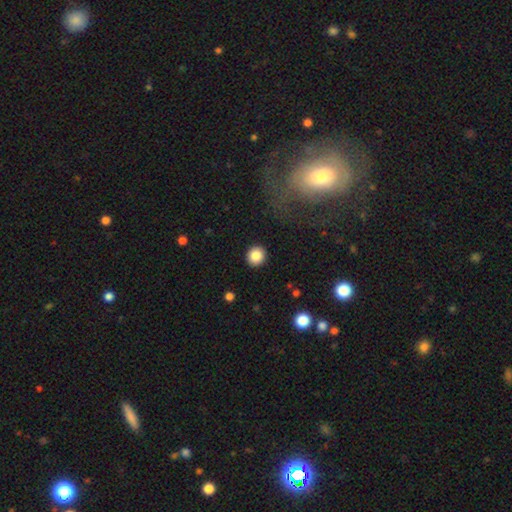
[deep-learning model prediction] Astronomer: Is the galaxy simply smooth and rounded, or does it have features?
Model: smooth — 86%.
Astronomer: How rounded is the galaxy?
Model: round — 90%.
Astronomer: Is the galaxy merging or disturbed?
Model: none — 92%.